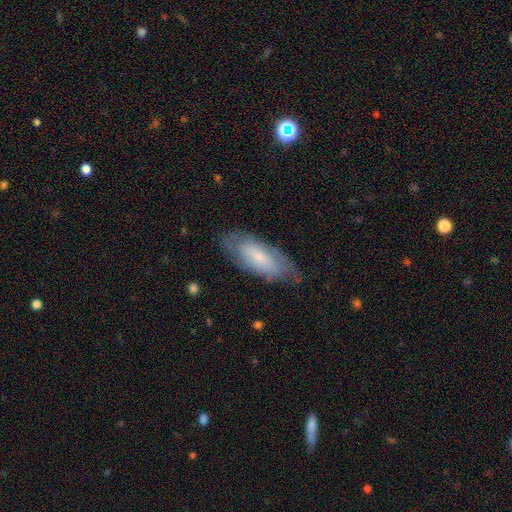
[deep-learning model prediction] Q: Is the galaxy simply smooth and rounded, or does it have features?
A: smooth — 50%.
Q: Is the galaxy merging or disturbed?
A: none — 77%.